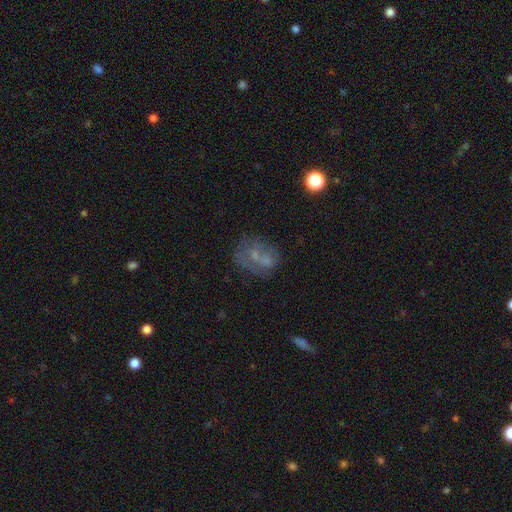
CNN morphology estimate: Smooth or featured? Predicted: featured or disk (p=0.43). Merging? Predicted: none (p=0.47).